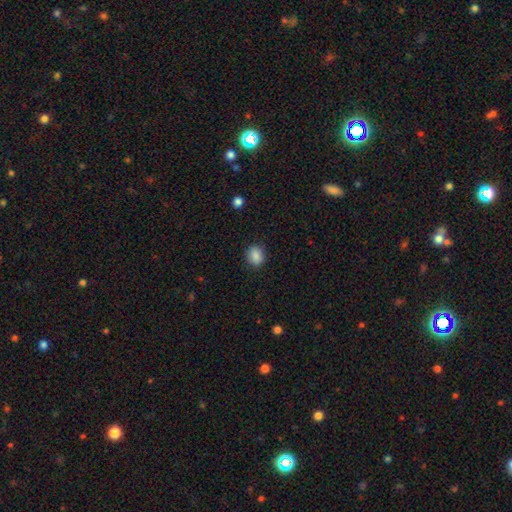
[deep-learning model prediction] Overall: smooth (88%). How rounded: round (60%; in between 39%). Merging: none (87%).